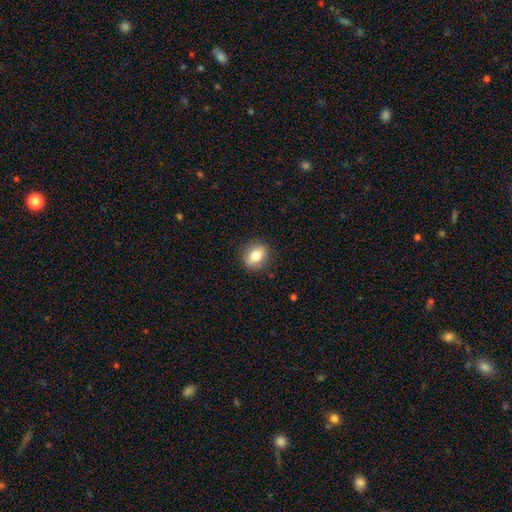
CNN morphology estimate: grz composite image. It shows a smooth galaxy with no disk features (72%) that is in between round and cigar-shaped (64%). Merging: none (85%).